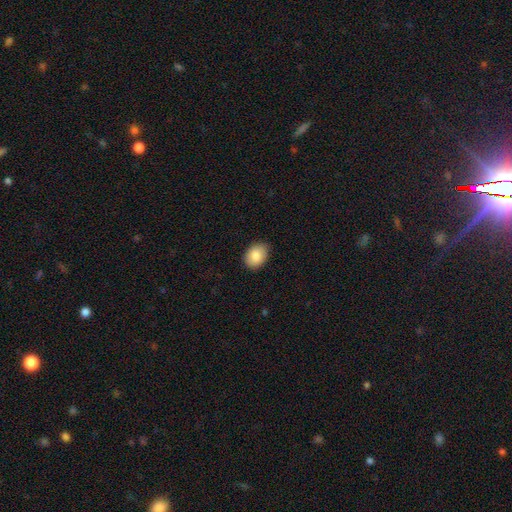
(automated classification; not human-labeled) smooth_or_featured: smooth (p=0.85) [alt: featured or disk p=0.08]
how_rounded: in between (p=0.71) [alt: round p=0.28]
merging: none (p=0.83) [alt: minor disturbance p=0.14]